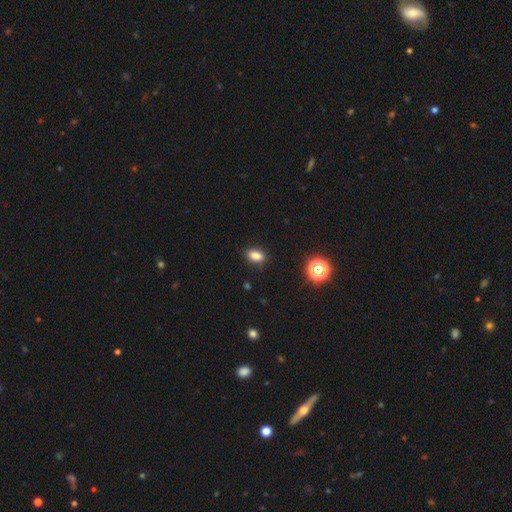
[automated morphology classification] The model was most divided on "smooth or featured": smooth: 83%, star or artifact: 12%, featured or disk: 5%. More confident: merging — none (87%); how rounded — in between (84%).